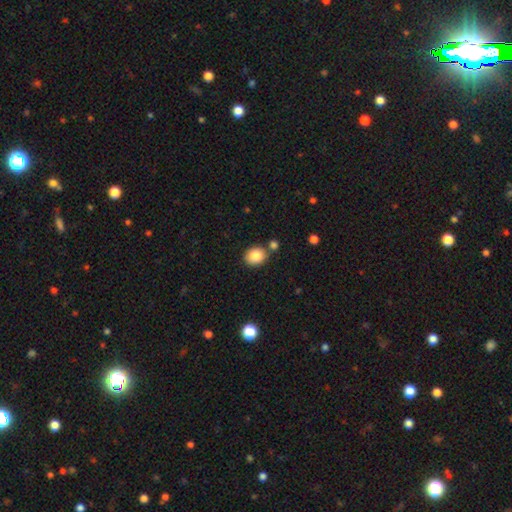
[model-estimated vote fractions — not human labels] A smooth galaxy with no disk features (84%) that is round (62%).

Vote fractions:
- Smooth or featured? smooth: 84% / star or artifact: 9% / featured or disk: 7%
- How rounded? round: 62% / in between: 37% / cigar-shaped: 1%
- Merging? none: 75% / merger: 12% / minor disturbance: 10% / major disturbance: 3%